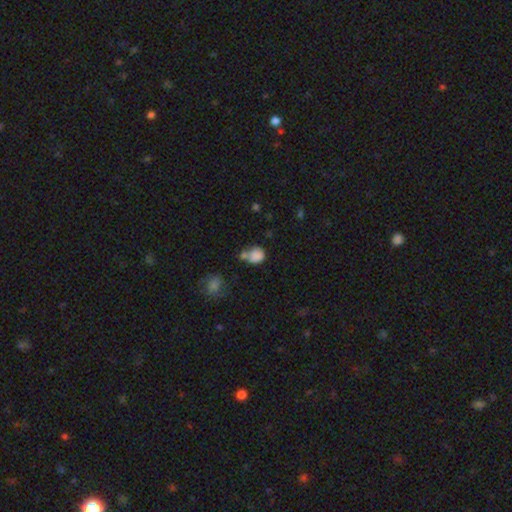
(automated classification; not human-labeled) Smooth or featured?
  - smooth: 82% *
  - star or artifact: 10%
  - featured or disk: 8%
How rounded?
  - round: 68% *
  - in between: 31%
  - cigar-shaped: 1%
Merging?
  - none: 43% *
  - merger: 28%
  - minor disturbance: 20%
  - major disturbance: 9%